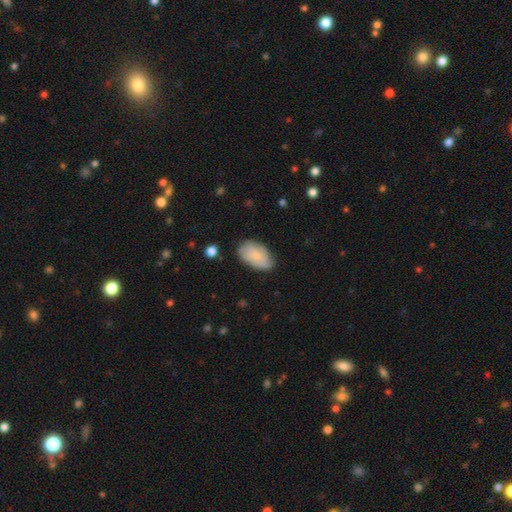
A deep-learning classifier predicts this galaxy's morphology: smooth_or_featured: smooth (p=0.66) [alt: featured or disk p=0.28]
how_rounded: in between (p=0.93) [alt: round p=0.05]
merging: none (p=0.68) [alt: minor disturbance p=0.25]